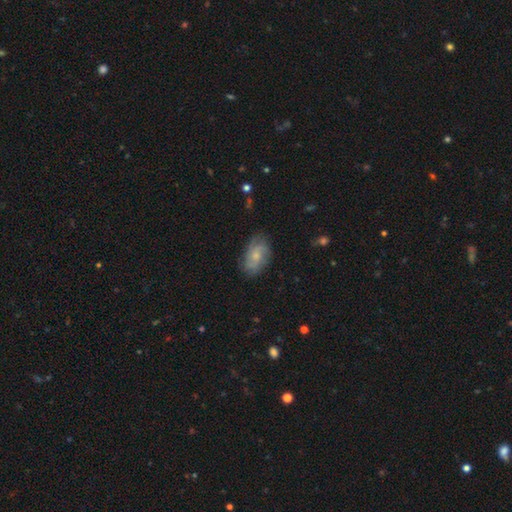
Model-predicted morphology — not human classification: Smooth or featured? Predicted: featured or disk (p=0.48). Merging? Predicted: none (p=0.75).